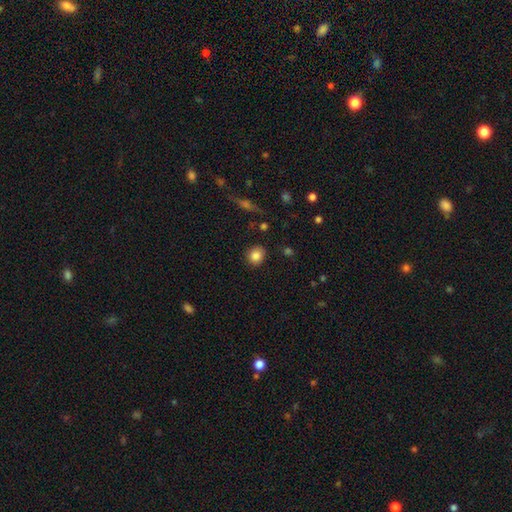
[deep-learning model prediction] A smooth galaxy with no disk features (84%) that is round (79%).

Vote fractions:
- Smooth or featured? smooth: 84% / star or artifact: 10% / featured or disk: 6%
- How rounded? round: 79% / in between: 20% / cigar-shaped: 1%
- Merging? none: 88% / minor disturbance: 8% / major disturbance: 2% / merger: 2%